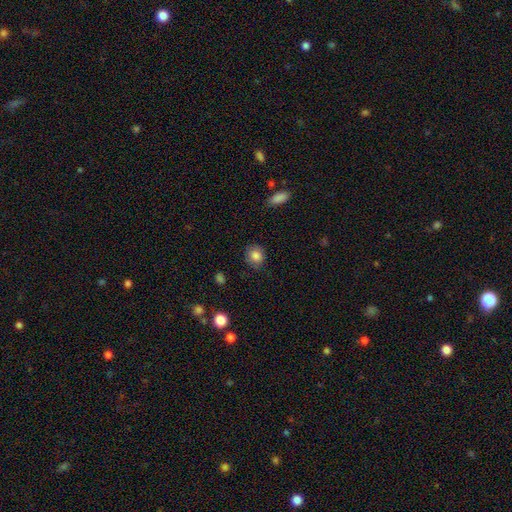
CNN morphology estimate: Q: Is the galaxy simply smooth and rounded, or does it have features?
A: smooth — 85%.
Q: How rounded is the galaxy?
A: round — 78%.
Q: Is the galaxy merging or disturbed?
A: none — 84%.